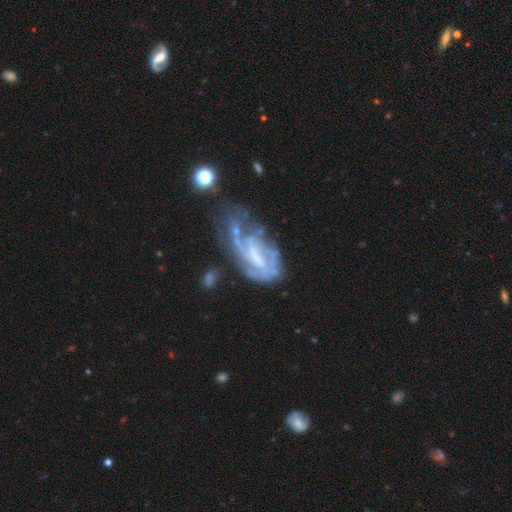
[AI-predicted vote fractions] Overall: featured or disk (74%). Edge-on disk: no (95%). Bar: no (41%; weak 39%). Spiral arms: yes (62%; no 38%). Bulge size: none (35%; moderate 29%). Merging: major disturbance (35%; none 27%).